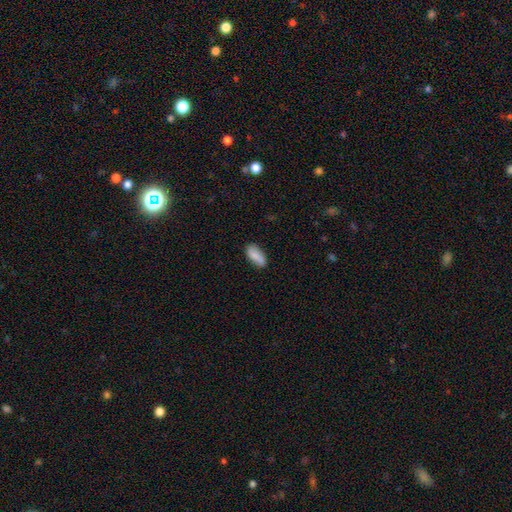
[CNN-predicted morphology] A smooth galaxy with no disk features (82%) that is in between round and cigar-shaped (87%).

Vote fractions:
- Smooth or featured? smooth: 82% / featured or disk: 11% / star or artifact: 7%
- How rounded? in between: 87% / cigar-shaped: 11% / round: 3%
- Merging? none: 77% / minor disturbance: 17% / merger: 3% / major disturbance: 3%